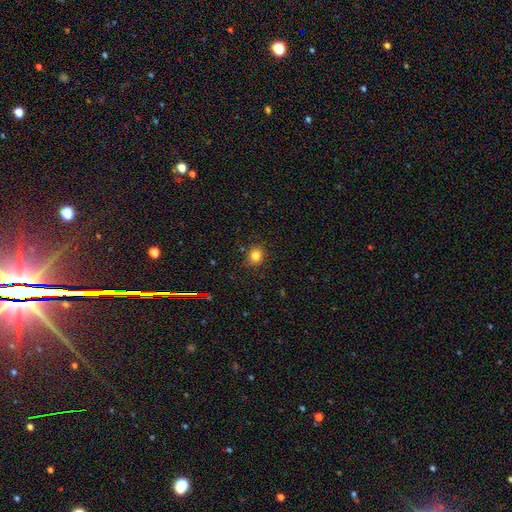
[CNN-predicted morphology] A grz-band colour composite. It shows a smooth galaxy with no disk features (81%) that is round (70%). Merging: none (85%).